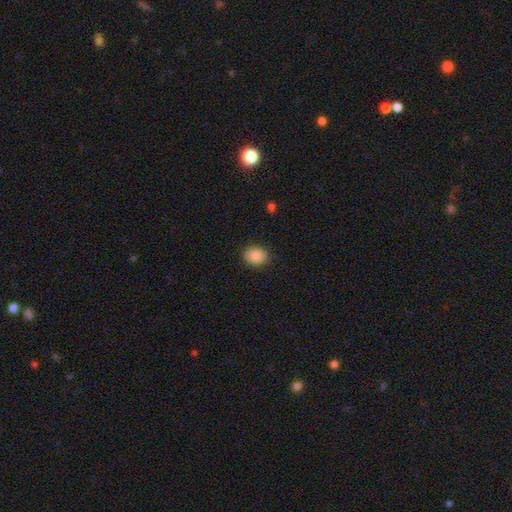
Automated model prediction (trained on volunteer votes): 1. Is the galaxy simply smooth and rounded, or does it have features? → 86% smooth, 8% star or artifact, 6% featured or disk.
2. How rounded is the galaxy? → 50% in between, 49% round, 1% cigar-shaped.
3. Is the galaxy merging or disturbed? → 87% none, 10% minor disturbance, 2% major disturbance, 1% merger.